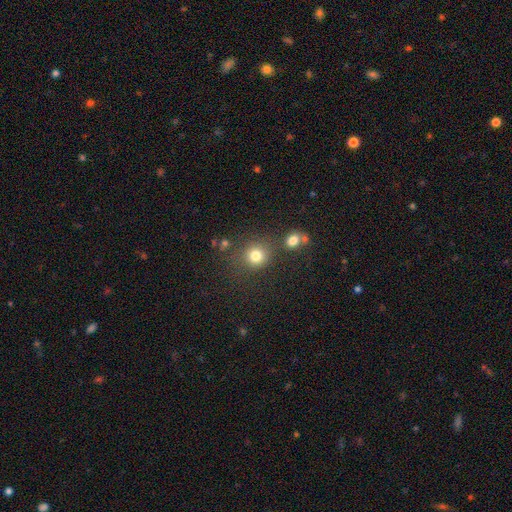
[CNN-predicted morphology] smooth-or-featured: star or artifact: 46% | smooth: 40% | featured or disk: 14%